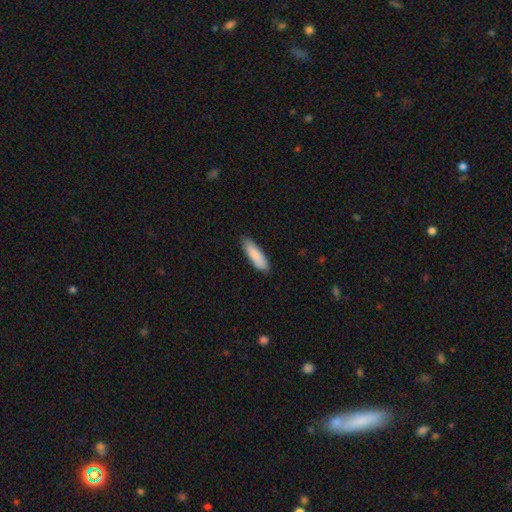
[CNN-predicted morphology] Q: Smooth or featured?
A: smooth (88%); runner-up: featured or disk (6%)
Q: How rounded?
A: cigar-shaped (52%); runner-up: in between (47%)
Q: Merging?
A: none (83%); runner-up: minor disturbance (14%)